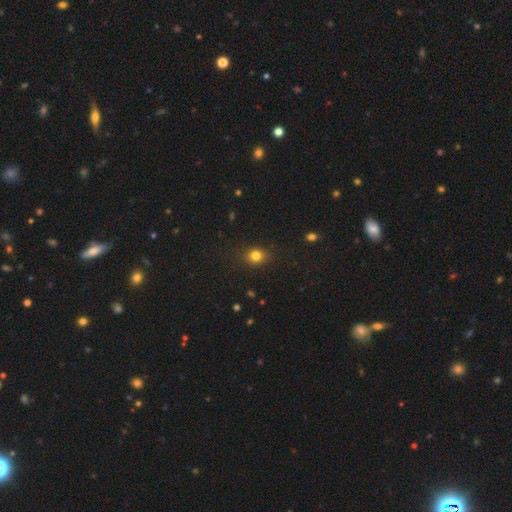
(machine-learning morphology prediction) The model was most divided on "how rounded": round: 69%, in between: 30%, cigar-shaped: 1%. More confident: merging — none (86%); smooth or featured — smooth (80%).